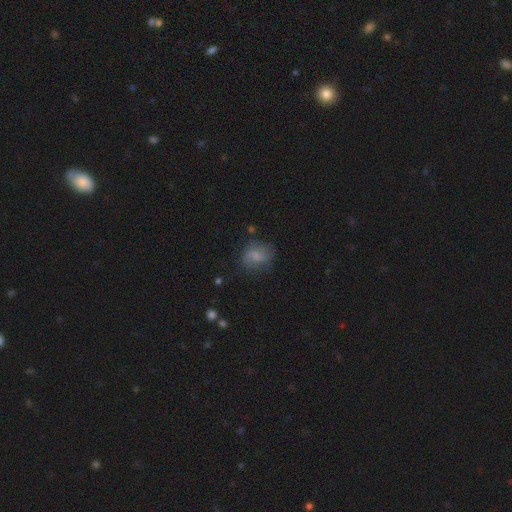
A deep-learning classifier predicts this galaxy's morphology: A smooth galaxy with no disk features (67%) that is round (60%).

Vote fractions:
- Smooth or featured? smooth: 67% / featured or disk: 22% / star or artifact: 10%
- How rounded? round: 60% / in between: 39% / cigar-shaped: 1%
- Merging? none: 63% / minor disturbance: 24% / major disturbance: 11% / merger: 2%